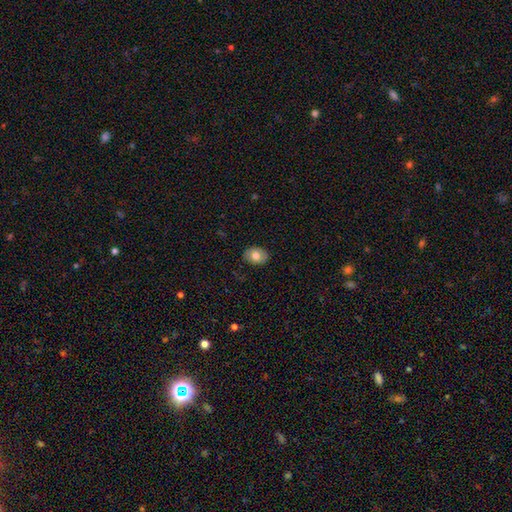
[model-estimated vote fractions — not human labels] This appears to be a smooth galaxy with no disk features (75%) that is in between round and cigar-shaped (71%). Merging: none (86%).